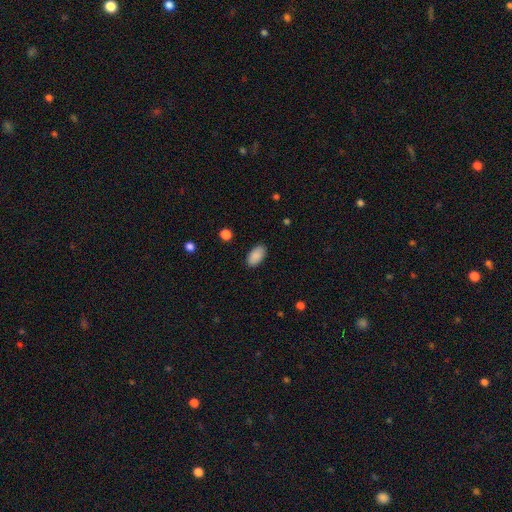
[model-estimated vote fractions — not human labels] smooth-or-featured: smooth: 90% | star or artifact: 7% | featured or disk: 4%
  how-rounded: in between: 95% | round: 4% | cigar-shaped: 2%
  merging: none: 88% | minor disturbance: 9% | major disturbance: 2% | merger: 1%